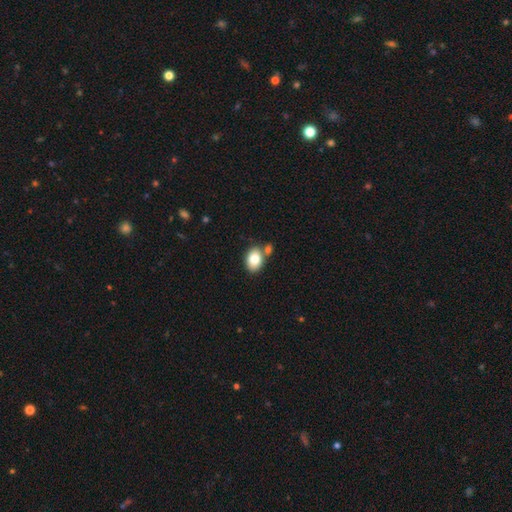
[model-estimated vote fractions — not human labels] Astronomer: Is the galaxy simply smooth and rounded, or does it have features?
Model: smooth — 81%.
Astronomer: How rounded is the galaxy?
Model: in between — 78%.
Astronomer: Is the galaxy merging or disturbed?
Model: none — 64%.